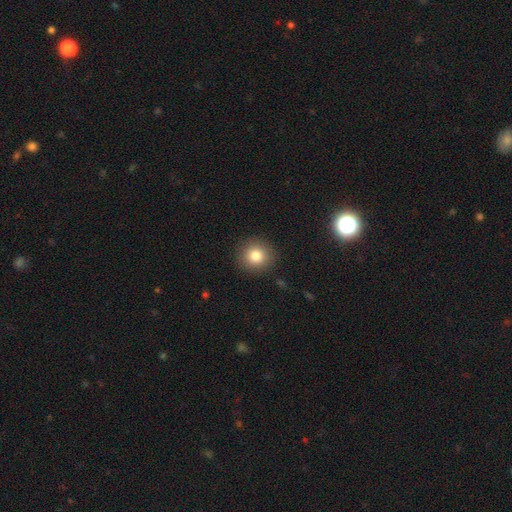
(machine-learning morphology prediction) Q: Smooth or featured?
A: smooth (82%); runner-up: star or artifact (10%)
Q: How rounded?
A: round (92%); runner-up: in between (7%)
Q: Merging?
A: none (90%); runner-up: minor disturbance (6%)